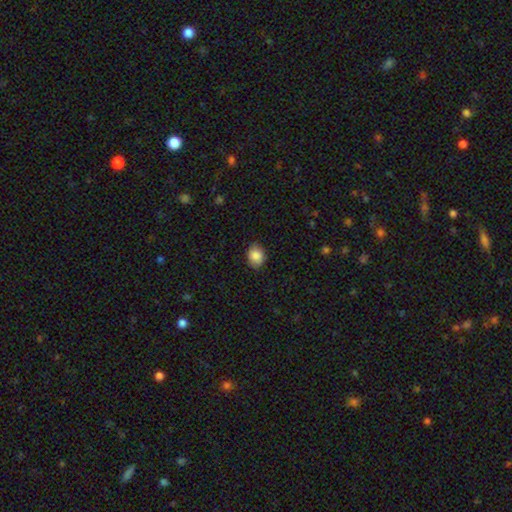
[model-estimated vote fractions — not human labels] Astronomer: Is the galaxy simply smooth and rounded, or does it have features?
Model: smooth — 87%.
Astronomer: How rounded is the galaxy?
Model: in between — 51% (runner-up: round, 48%).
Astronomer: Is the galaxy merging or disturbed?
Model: none — 83%.